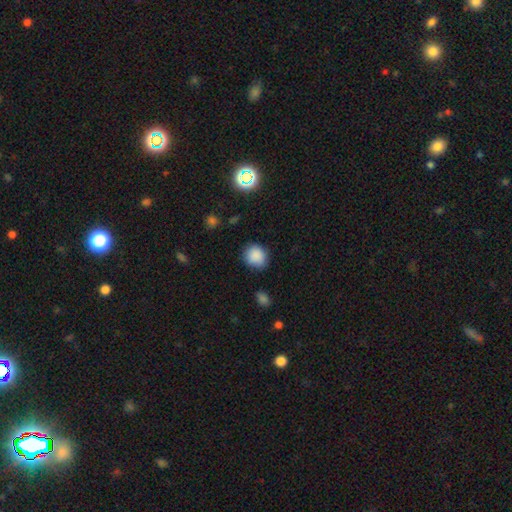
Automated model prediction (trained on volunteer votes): Smooth or featured: smooth — 87% (star or artifact — 10%)
How rounded: round — 82% (in between — 17%)
Merging: none — 80% (minor disturbance — 14%)